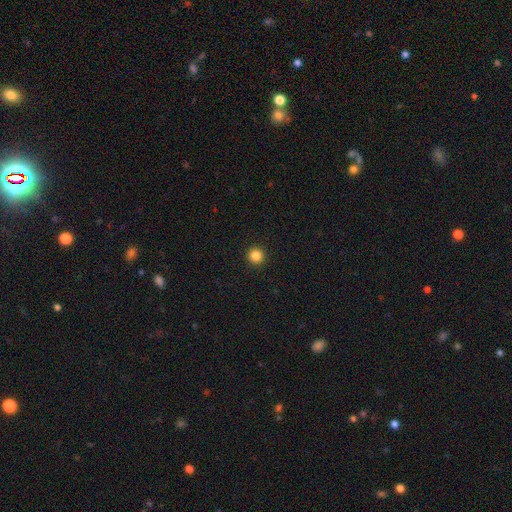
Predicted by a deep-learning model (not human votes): This appears to be a smooth galaxy with no disk features (85%) that is round (96%). Merging: none (94%).